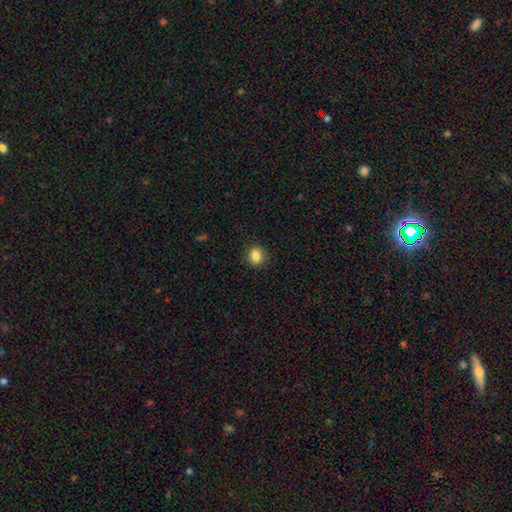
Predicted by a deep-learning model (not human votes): A smooth galaxy with no disk features (85%) that is round (61%).

Vote fractions:
- Smooth or featured? smooth: 85% / star or artifact: 10% / featured or disk: 5%
- How rounded? round: 61% / in between: 38% / cigar-shaped: 1%
- Merging? none: 88% / minor disturbance: 9% / major disturbance: 2% / merger: 1%